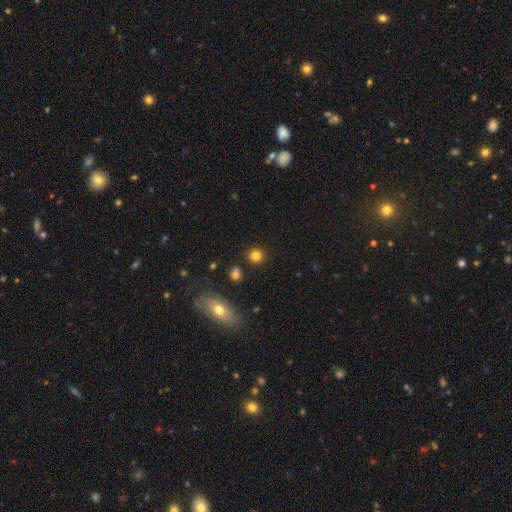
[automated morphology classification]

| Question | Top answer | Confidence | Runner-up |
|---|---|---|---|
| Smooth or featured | smooth | 82% | star or artifact (12%) |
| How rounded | round | 88% | in between (11%) |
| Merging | none | 87% | minor disturbance (7%) |